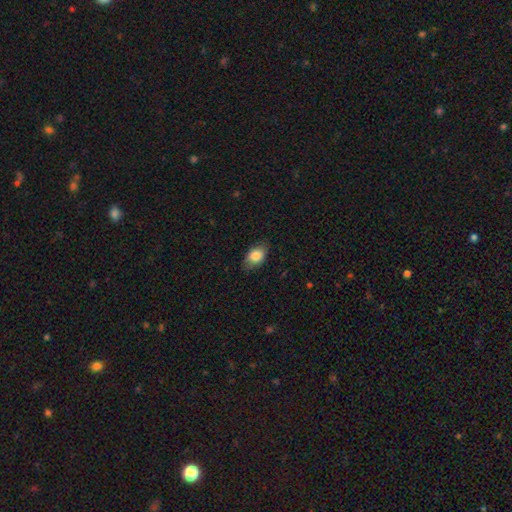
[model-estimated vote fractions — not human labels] smooth 82%, featured or disk 11%, star or artifact 7%. Down the decision tree: how rounded — in between (87%); merging — none (79%).